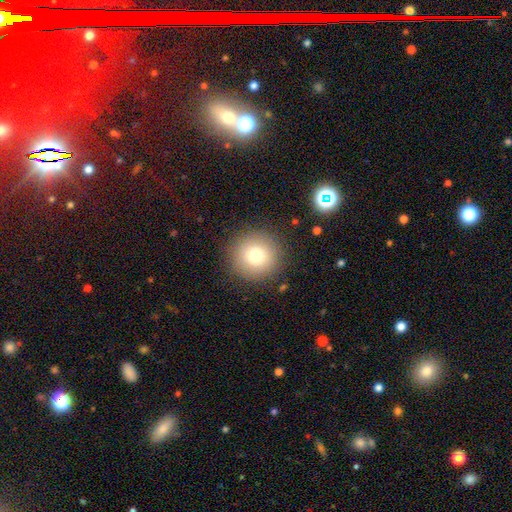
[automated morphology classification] smooth_or_featured: smooth (p=0.77) [alt: star or artifact p=0.12]
how_rounded: round (p=0.95) [alt: in between p=0.04]
merging: none (p=0.89) [alt: minor disturbance p=0.07]